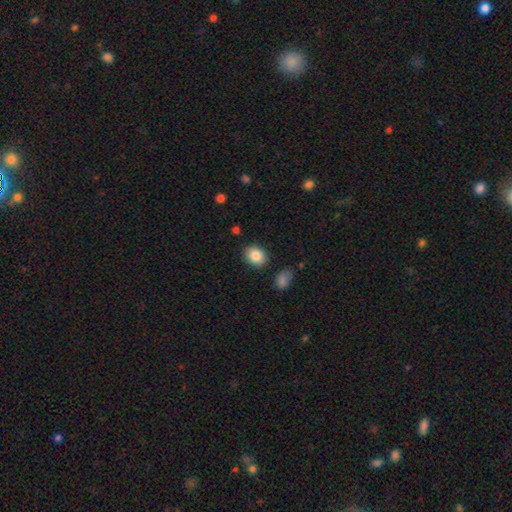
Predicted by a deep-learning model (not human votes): Smooth or featured? Predicted: smooth (p=0.87). How rounded? Predicted: in between (p=0.53). Merging? Predicted: none (p=0.85).